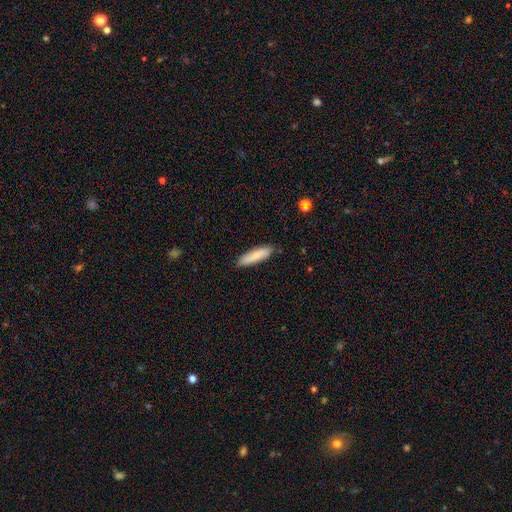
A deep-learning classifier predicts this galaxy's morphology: Smooth or featured: smooth — 81% (featured or disk — 13%)
How rounded: cigar-shaped — 69% (in between — 30%)
Merging: none — 84% (minor disturbance — 13%)